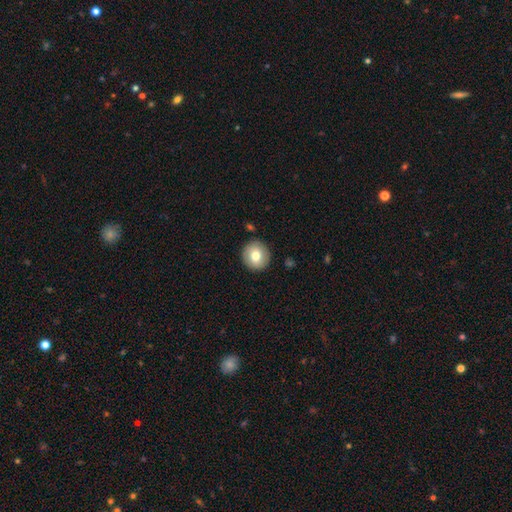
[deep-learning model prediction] This appears to be a smooth galaxy with no disk features (76%) that is round (92%). Merging: none (90%).